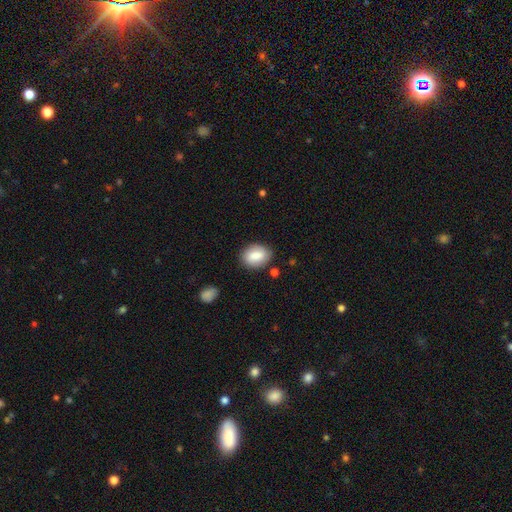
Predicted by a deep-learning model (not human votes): This appears to be a smooth galaxy with no disk features (84%) that is in between round and cigar-shaped (71%). Merging: none (82%).